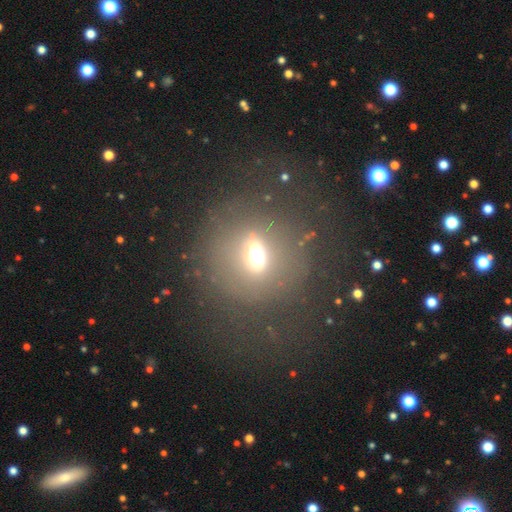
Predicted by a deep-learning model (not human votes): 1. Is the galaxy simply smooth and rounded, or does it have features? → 49% smooth, 29% featured or disk, 22% star or artifact.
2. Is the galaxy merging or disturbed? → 67% none, 15% minor disturbance, 15% major disturbance, 3% merger.